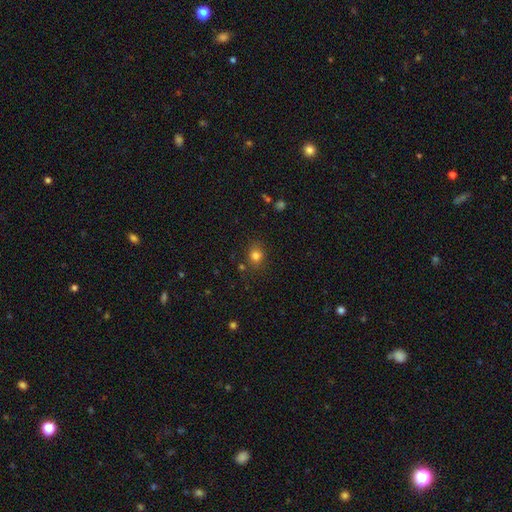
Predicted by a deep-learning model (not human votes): smooth 79%, star or artifact 14%, featured or disk 6%. Down the decision tree: how rounded — round (71%); merging — none (77%).